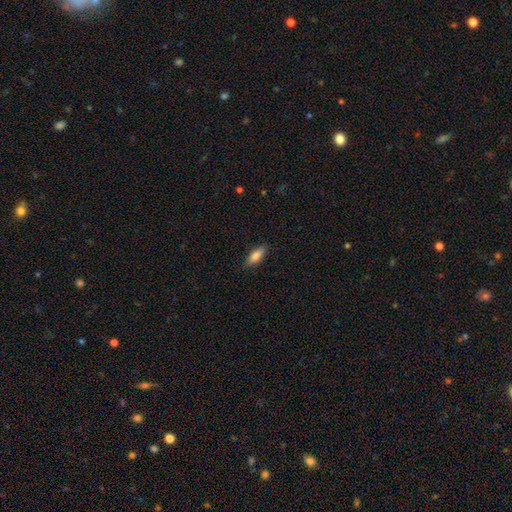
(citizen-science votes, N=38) smooth_or_featured: smooth (p=0.74) [alt: featured or disk p=0.18]
how_rounded: in between (p=0.61) [alt: cigar-shaped p=0.39]
merging: none (p=0.86) [alt: minor disturbance p=0.14]